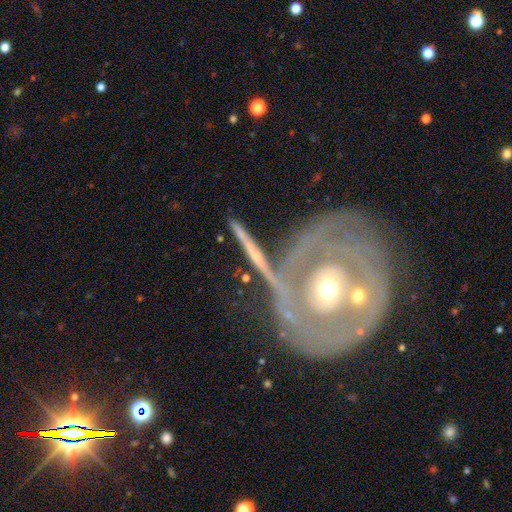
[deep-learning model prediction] Smooth or featured: featured or disk — 73% (smooth — 21%)
Edge-on disk: yes — 56% (no — 44%)
Merging: none — 66% (minor disturbance — 14%)